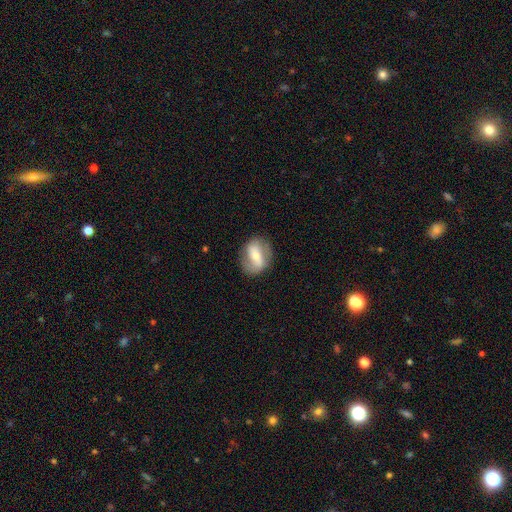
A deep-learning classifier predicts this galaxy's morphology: Smooth or featured? featured or disk (58%)
Edge-on disk? no (93%)
Bar? strong (45%)
Spiral arms? yes (67%)
Bulge size? moderate (49%)
Merging? none (75%)